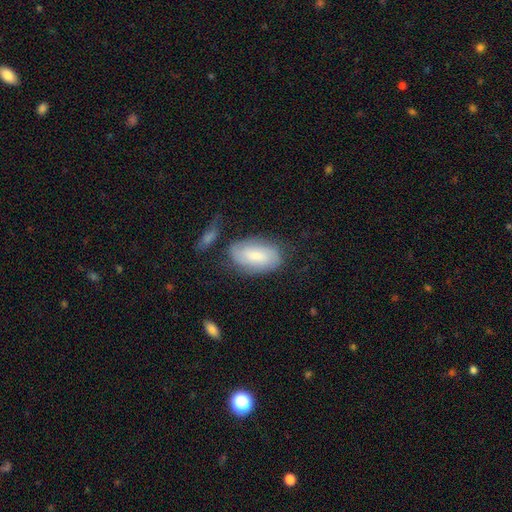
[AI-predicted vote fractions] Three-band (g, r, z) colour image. It shows a smooth galaxy with no disk features (51%) that is in between round and cigar-shaped (92%). Merging: none (63%).